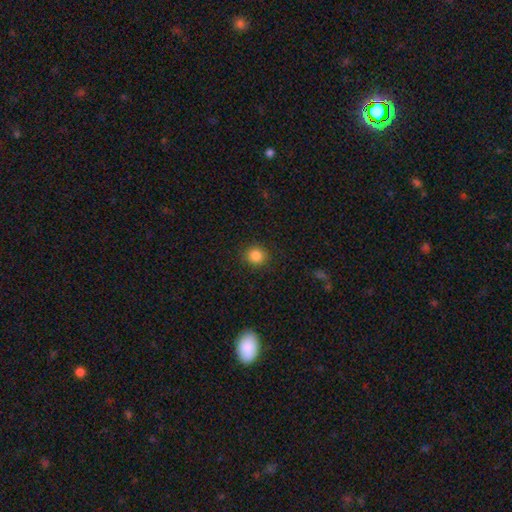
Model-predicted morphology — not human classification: smooth_or_featured: smooth (p=0.85) [alt: star or artifact p=0.11]
how_rounded: round (p=0.86) [alt: in between p=0.13]
merging: none (p=0.90) [alt: minor disturbance p=0.07]